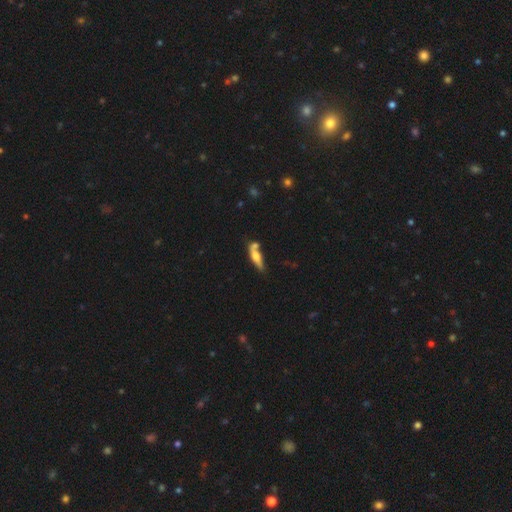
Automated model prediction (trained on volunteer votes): Smooth or featured? smooth (51%)
How rounded? cigar-shaped (60%)
Merging? none (45%)